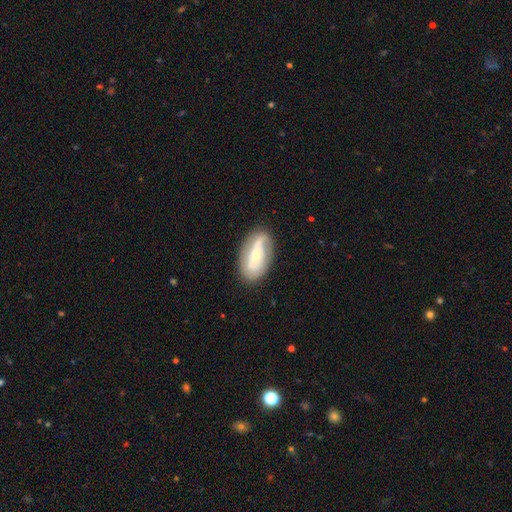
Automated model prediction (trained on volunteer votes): Smooth or featured?
  - featured or disk: 59% *
  - smooth: 34%
  - star or artifact: 7%
Edge-on disk?
  - no: 91% *
  - yes: 9%
Bar?
  - no: 48% *
  - weak: 29%
  - strong: 24%
Spiral arms?
  - yes: 70% *
  - no: 30%
Bulge size?
  - small: 62% *
  - moderate: 33%
  - large: 3%
  - none: 1%
  - dominant: 1%
Merging?
  - none: 78% *
  - minor disturbance: 15%
  - major disturbance: 5%
  - merger: 1%